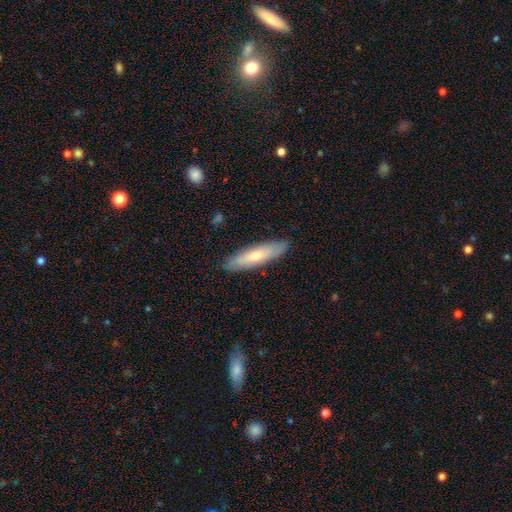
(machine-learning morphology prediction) Smooth or featured? smooth (61%)
How rounded? cigar-shaped (73%)
Merging? none (87%)